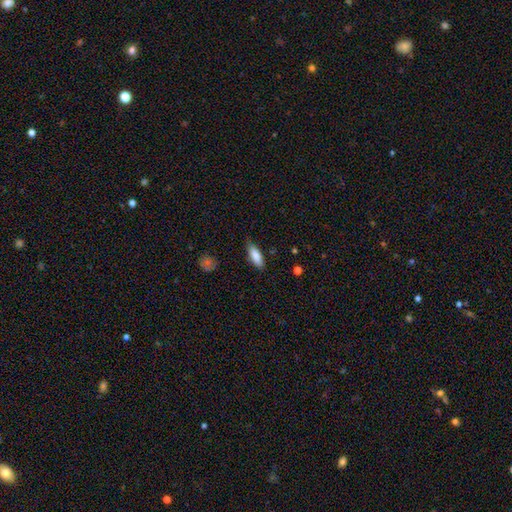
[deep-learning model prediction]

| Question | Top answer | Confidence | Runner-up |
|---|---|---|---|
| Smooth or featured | smooth | 83% | featured or disk (11%) |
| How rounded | in between | 63% | cigar-shaped (35%) |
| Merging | none | 76% | minor disturbance (19%) |